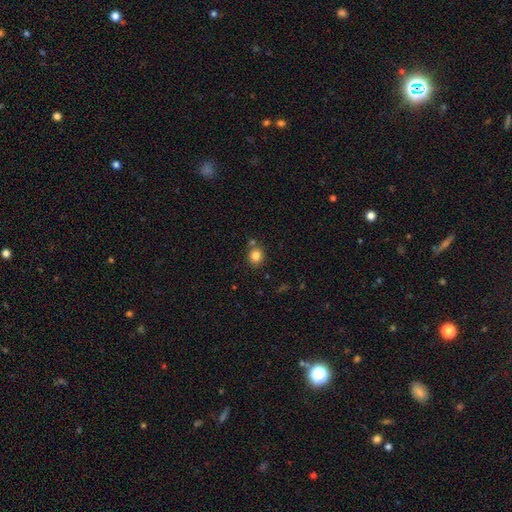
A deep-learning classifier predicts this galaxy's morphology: A smooth galaxy with no disk features (83%) that is round (81%).

Vote fractions:
- Smooth or featured? smooth: 83% / star or artifact: 11% / featured or disk: 6%
- How rounded? round: 81% / in between: 18% / cigar-shaped: 1%
- Merging? none: 72% / merger: 14% / minor disturbance: 11% / major disturbance: 3%